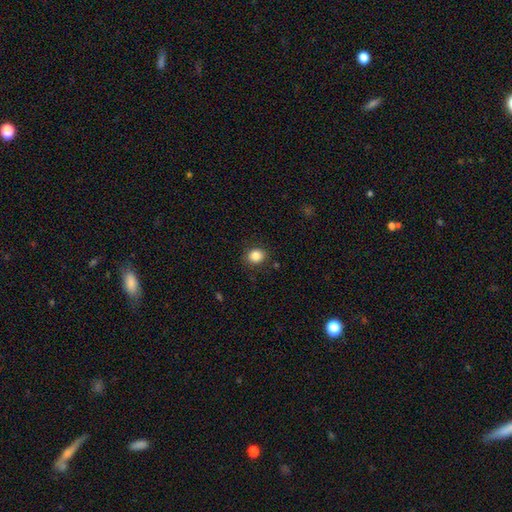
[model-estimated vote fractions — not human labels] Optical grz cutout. It shows a smooth galaxy with no disk features (85%) that is round (68%). Merging: none (87%).